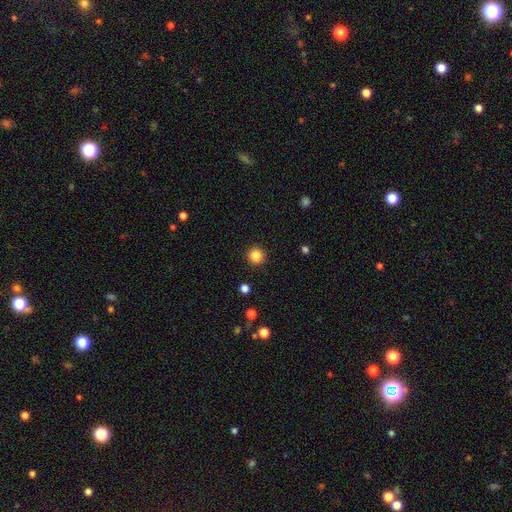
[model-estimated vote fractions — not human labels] smooth 85%, star or artifact 11%, featured or disk 4%. Down the decision tree: how rounded — round (91%); merging — none (91%).